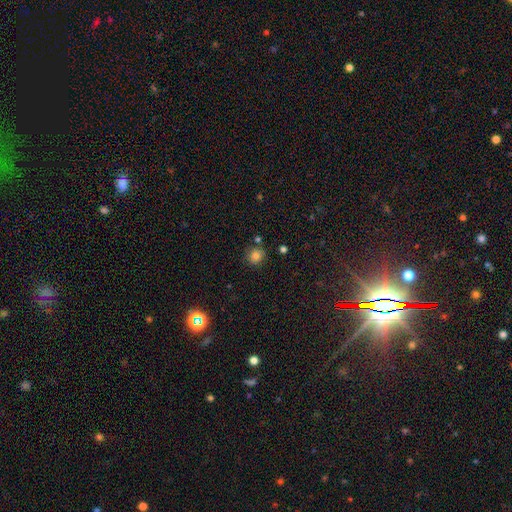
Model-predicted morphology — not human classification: Smooth or featured? smooth (79%)
How rounded? round (90%)
Merging? none (82%)